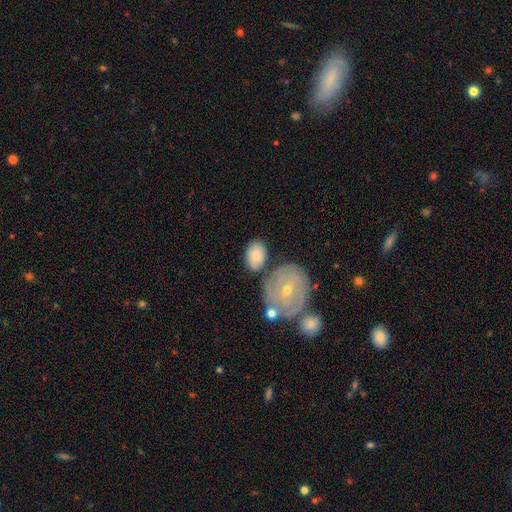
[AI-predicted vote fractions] Smooth or featured? Predicted: smooth (p=0.70). How rounded? Predicted: in between (p=0.81). Merging? Predicted: none (p=0.64).